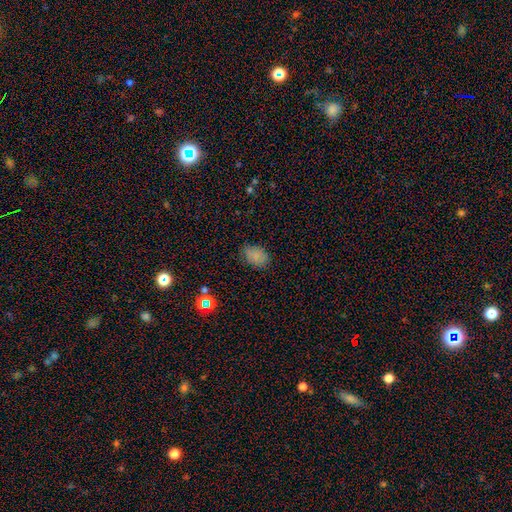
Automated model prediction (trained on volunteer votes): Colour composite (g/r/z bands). It shows a smooth galaxy with no disk features (79%) that is in between round and cigar-shaped (82%). Merging: none (79%).